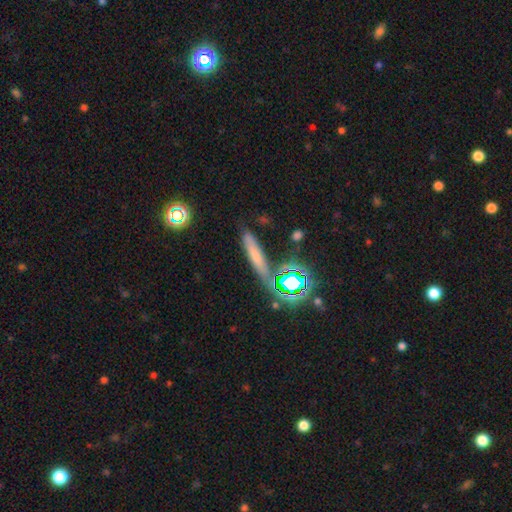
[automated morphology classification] A smooth galaxy with no disk features (57%) that is cigar-shaped (81%).

Vote fractions:
- Smooth or featured? smooth: 57% / star or artifact: 23% / featured or disk: 20%
- How rounded? cigar-shaped: 81% / in between: 11% / round: 7%
- Merging? none: 75% / minor disturbance: 14% / merger: 7% / major disturbance: 5%